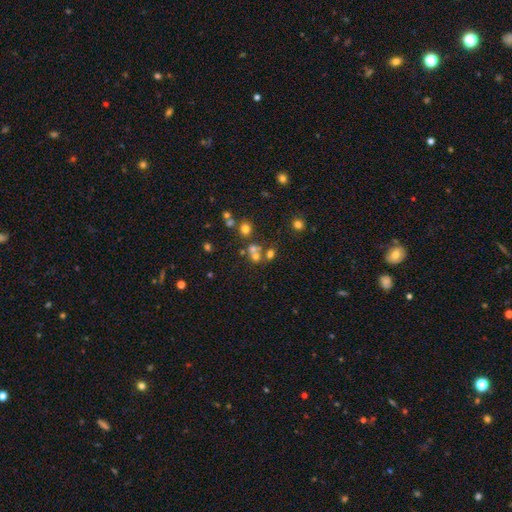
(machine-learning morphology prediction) smooth-or-featured: smooth: 57% | star or artifact: 25% | featured or disk: 18%
  how-rounded: round: 76% | in between: 23% | cigar-shaped: 1%
  merging: none: 45% | merger: 41% | minor disturbance: 8% | major disturbance: 5%